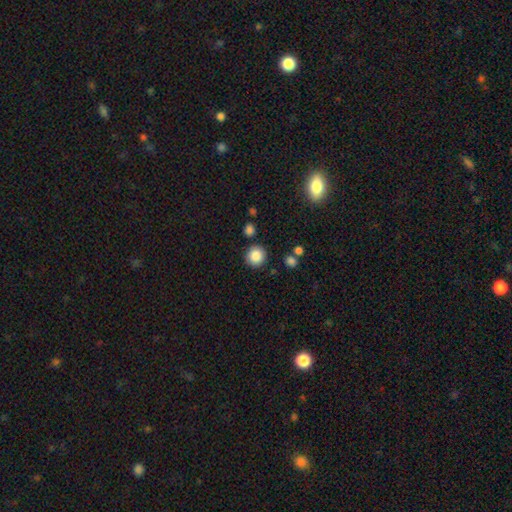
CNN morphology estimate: This appears to be a smooth galaxy with no disk features (86%) that is round (93%). Merging: none (87%).